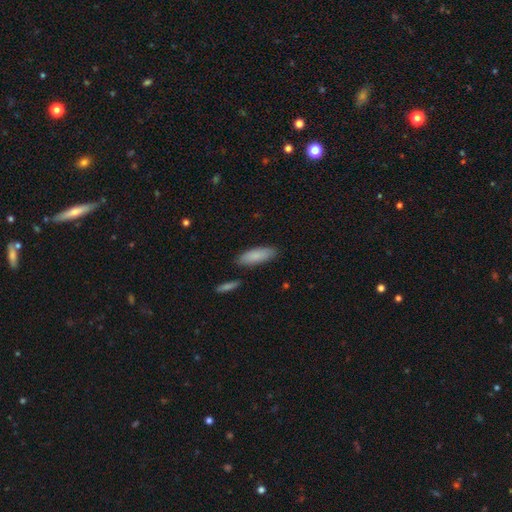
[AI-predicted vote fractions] smooth_or_featured: smooth (p=0.86) [alt: featured or disk p=0.08]
how_rounded: in between (p=0.66) [alt: cigar-shaped p=0.32]
merging: none (p=0.82) [alt: minor disturbance p=0.12]